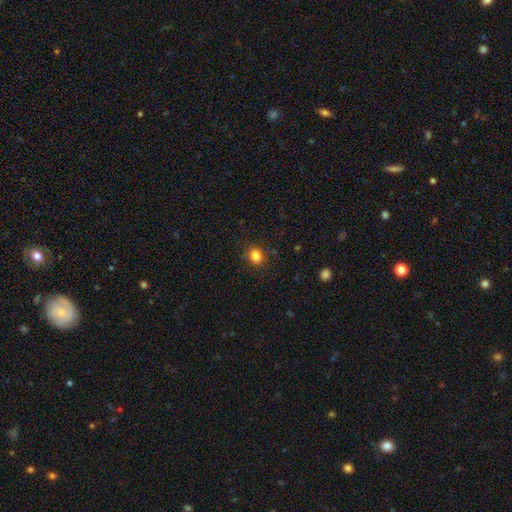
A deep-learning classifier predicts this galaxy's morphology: This is clearly a smooth galaxy (85%). How rounded: likely round (66%). Merging: clearly none (85%).